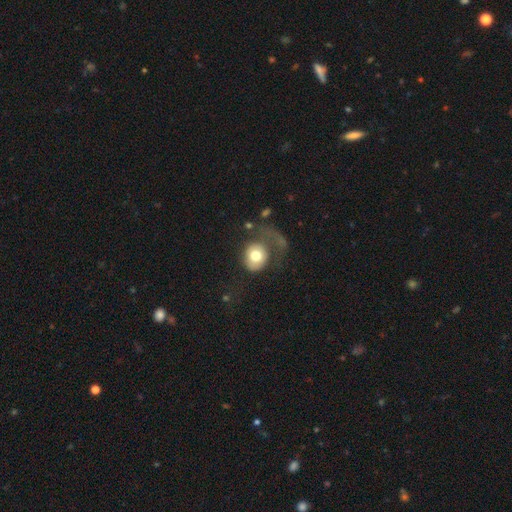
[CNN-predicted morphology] type=smooth (69%); roundness=round (73%); merging=major disturbance (55%).